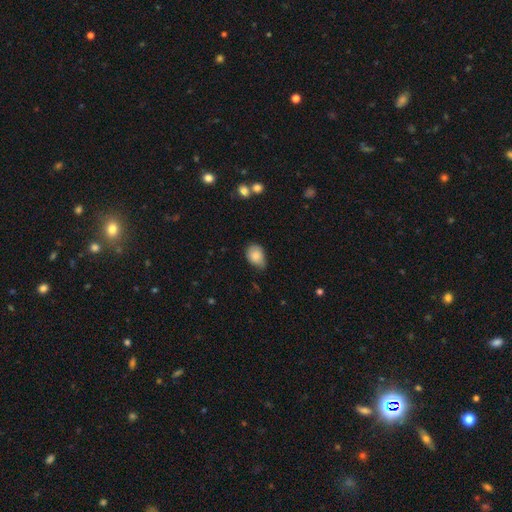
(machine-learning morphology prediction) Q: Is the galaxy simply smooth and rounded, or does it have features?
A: smooth — 82%.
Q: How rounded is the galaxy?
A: in between — 75%.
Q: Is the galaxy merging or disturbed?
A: none — 48%.